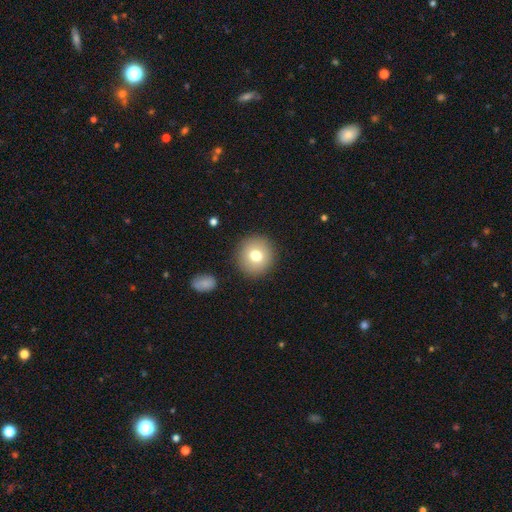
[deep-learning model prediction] Morphology: type=smooth (75%); roundness=round (91%); merging=none (89%).